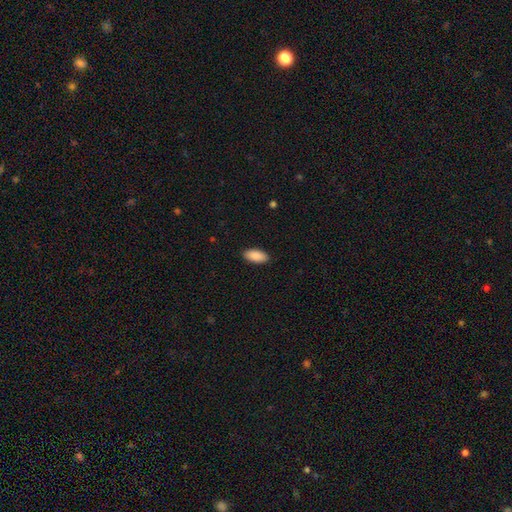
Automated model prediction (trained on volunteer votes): The model was most divided on "merging": none: 90%, minor disturbance: 7%, major disturbance: 2%, merger: 1%. More confident: how rounded — in between (91%); smooth or featured — smooth (91%).